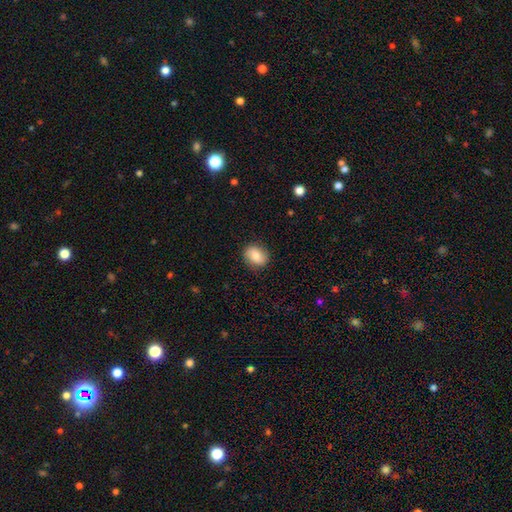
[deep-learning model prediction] Morphology: type=smooth (77%); roundness=in between (50%); merging=none (86%).